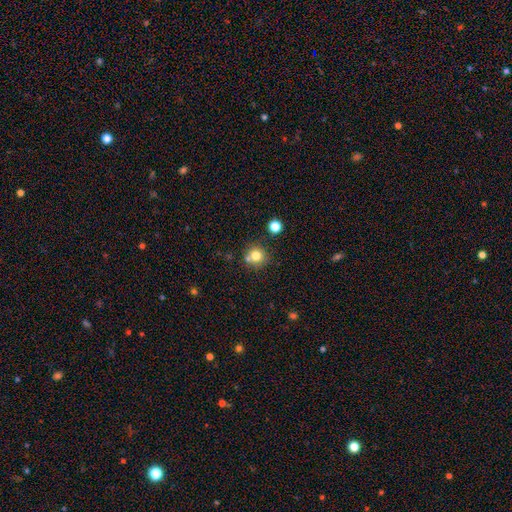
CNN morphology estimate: Q: Smooth or featured?
A: smooth (77%); runner-up: star or artifact (13%)
Q: How rounded?
A: round (91%); runner-up: in between (8%)
Q: Merging?
A: none (71%); runner-up: merger (16%)